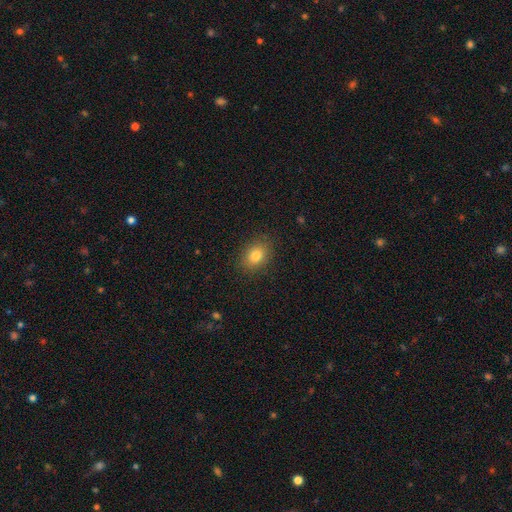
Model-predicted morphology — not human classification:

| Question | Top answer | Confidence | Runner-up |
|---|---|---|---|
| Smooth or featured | smooth | 81% | star or artifact (11%) |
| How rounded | in between | 64% | round (35%) |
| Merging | none | 87% | minor disturbance (9%) |